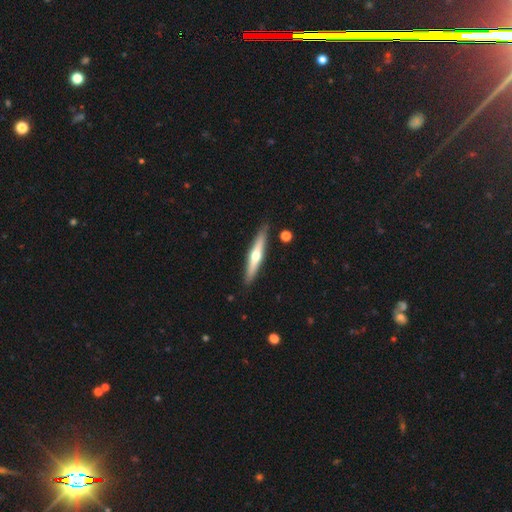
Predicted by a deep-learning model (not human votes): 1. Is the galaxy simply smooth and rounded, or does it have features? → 58% featured or disk, 36% smooth, 5% star or artifact.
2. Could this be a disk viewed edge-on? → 94% yes, 6% no.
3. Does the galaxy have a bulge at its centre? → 89% rounded, 8% none, 2% boxy.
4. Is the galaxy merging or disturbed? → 88% none, 8% minor disturbance, 2% merger, 2% major disturbance.